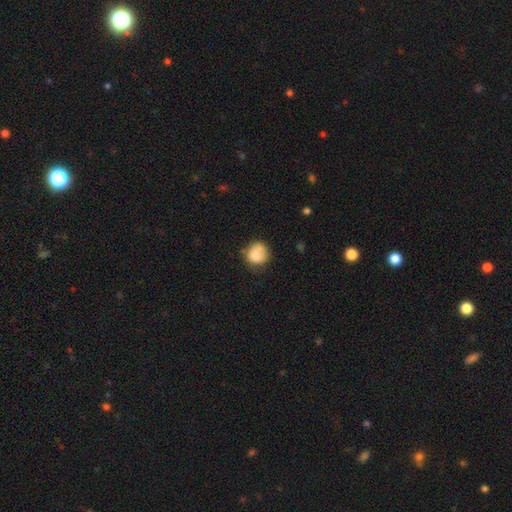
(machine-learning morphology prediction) Smooth or featured? smooth (74%)
How rounded? round (80%)
Merging? none (54%)